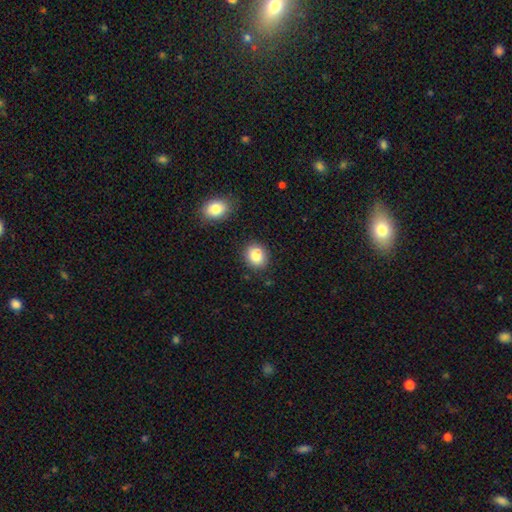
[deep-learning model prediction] A smooth galaxy with no disk features (85%) that is round (60%). Merging: none (77%).